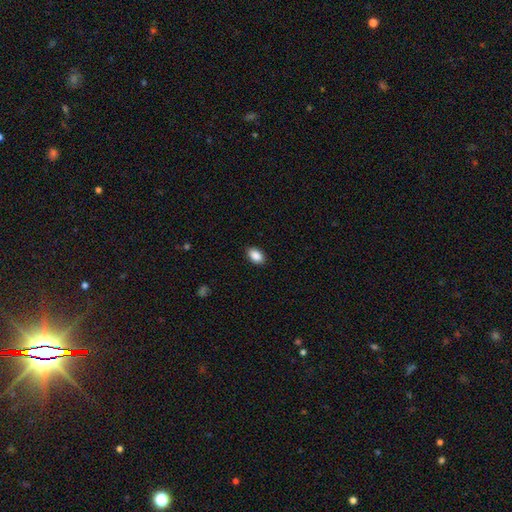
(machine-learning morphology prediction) This is clearly a smooth galaxy (90%). How rounded: clearly in between (91%). Merging: clearly none (89%).